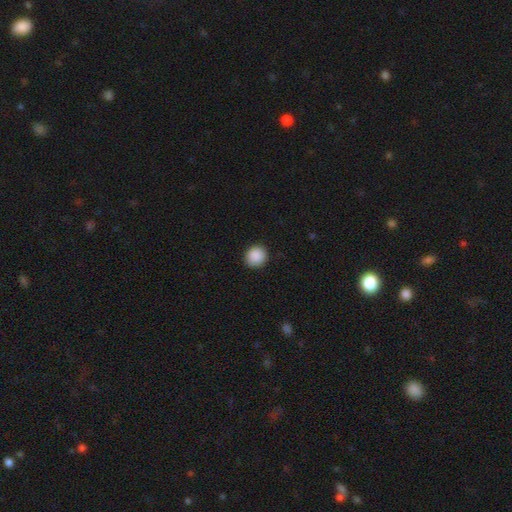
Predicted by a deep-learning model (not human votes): smooth_or_featured: smooth (p=0.90) [alt: star or artifact p=0.08]
how_rounded: round (p=0.82) [alt: in between p=0.17]
merging: none (p=0.90) [alt: minor disturbance p=0.07]